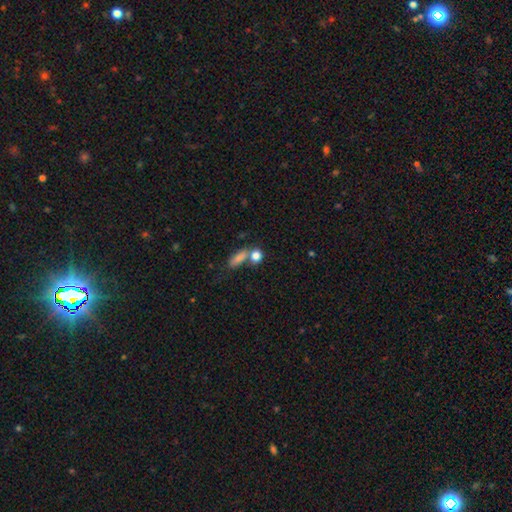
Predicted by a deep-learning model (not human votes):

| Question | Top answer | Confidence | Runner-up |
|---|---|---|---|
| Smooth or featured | smooth | 80% | star or artifact (11%) |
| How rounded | round | 63% | in between (31%) |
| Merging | none | 46% | merger (38%) |